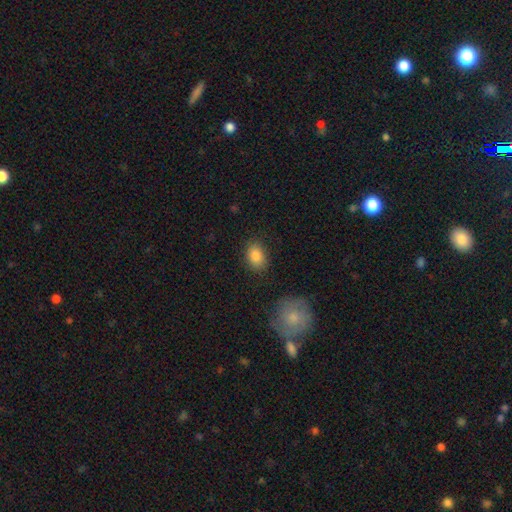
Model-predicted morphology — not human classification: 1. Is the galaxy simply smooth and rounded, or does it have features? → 86% smooth, 8% star or artifact, 6% featured or disk.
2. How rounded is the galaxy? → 75% in between, 23% round, 1% cigar-shaped.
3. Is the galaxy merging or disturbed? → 84% none, 11% minor disturbance, 3% major disturbance, 2% merger.